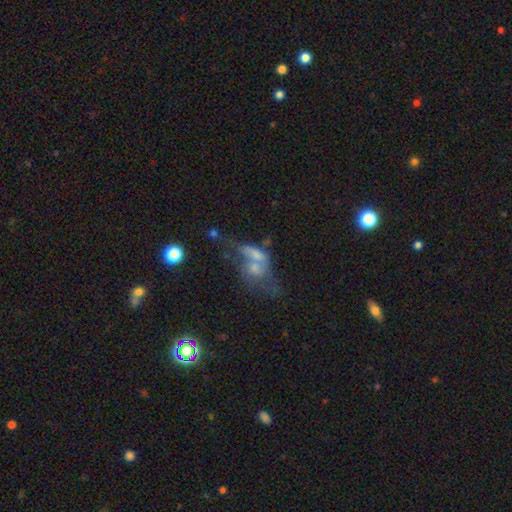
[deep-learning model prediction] Smooth or featured? smooth (43%)
Merging? merger (58%)